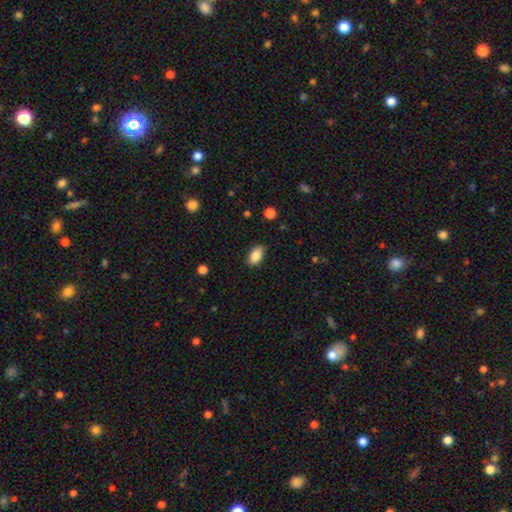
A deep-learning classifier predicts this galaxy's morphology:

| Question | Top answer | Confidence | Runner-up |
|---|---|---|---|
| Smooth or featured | smooth | 88% | star or artifact (8%) |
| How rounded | in between | 92% | round (6%) |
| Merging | none | 85% | minor disturbance (12%) |